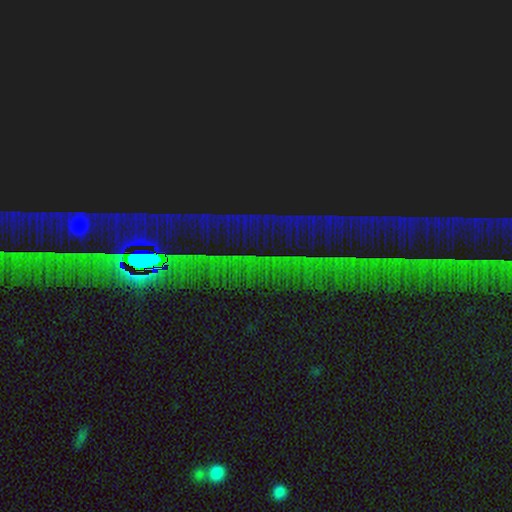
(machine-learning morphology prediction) The model was most divided on "smooth or featured": star or artifact: 86%, featured or disk: 8%, smooth: 6%.